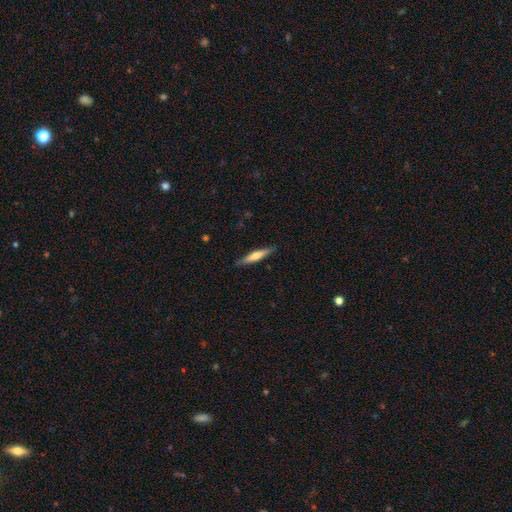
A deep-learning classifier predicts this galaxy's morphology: Q: Smooth or featured?
A: smooth (55%); runner-up: featured or disk (40%)
Q: How rounded?
A: cigar-shaped (88%); runner-up: in between (10%)
Q: Merging?
A: none (88%); runner-up: minor disturbance (9%)